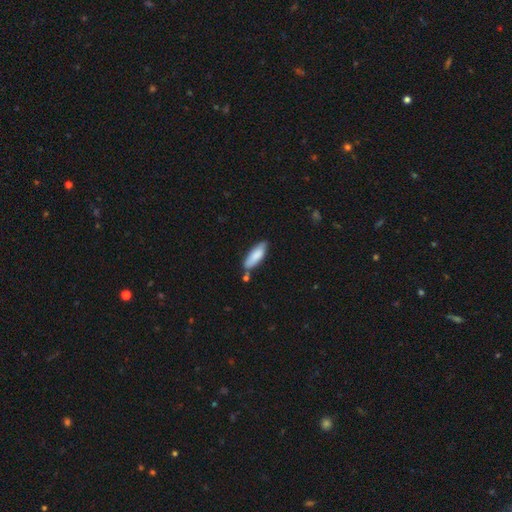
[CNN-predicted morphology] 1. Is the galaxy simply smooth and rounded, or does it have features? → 83% smooth, 11% featured or disk, 6% star or artifact.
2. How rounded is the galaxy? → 56% in between, 43% cigar-shaped, 2% round.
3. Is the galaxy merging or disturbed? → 69% none, 19% minor disturbance, 8% merger, 3% major disturbance.